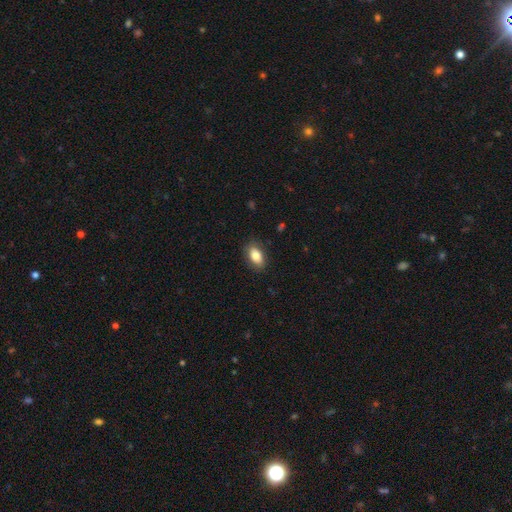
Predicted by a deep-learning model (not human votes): smooth 83%, featured or disk 9%, star or artifact 7%. Down the decision tree: how rounded — in between (90%); merging — none (84%).